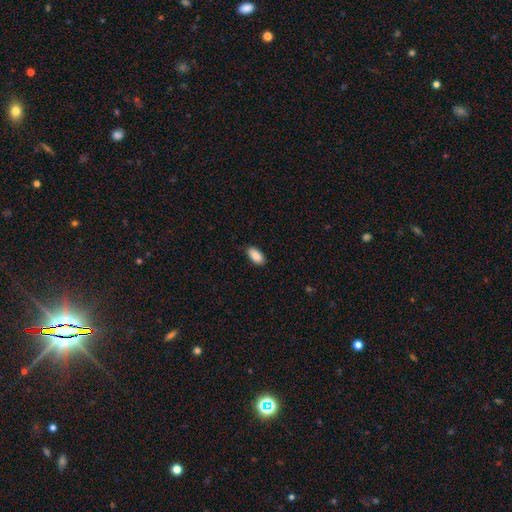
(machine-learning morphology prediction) smooth_or_featured: smooth (p=0.90) [alt: star or artifact p=0.07]
how_rounded: in between (p=0.93) [alt: cigar-shaped p=0.05]
merging: none (p=0.85) [alt: minor disturbance p=0.12]